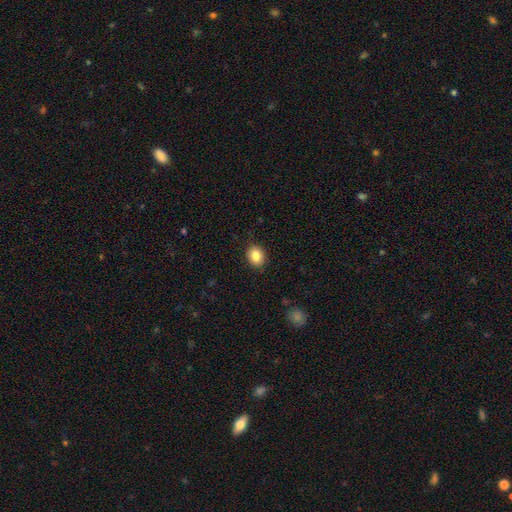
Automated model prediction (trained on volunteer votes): Q: Smooth or featured?
A: smooth (85%); runner-up: star or artifact (9%)
Q: How rounded?
A: round (51%); runner-up: in between (48%)
Q: Merging?
A: none (89%); runner-up: minor disturbance (8%)